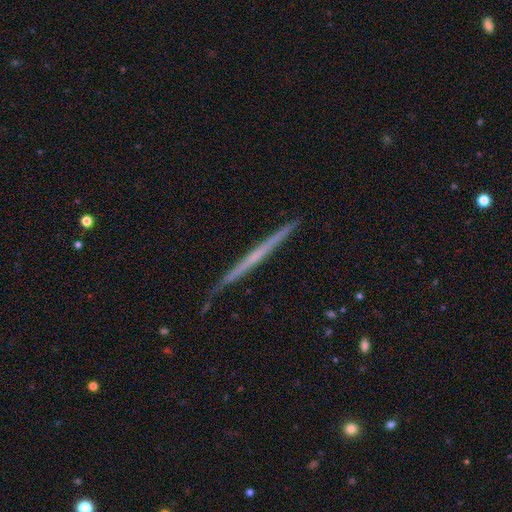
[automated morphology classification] type=featured or disk (63%); edge-on=yes (98%); edge-on bulge=none (87%); merging=none (87%).